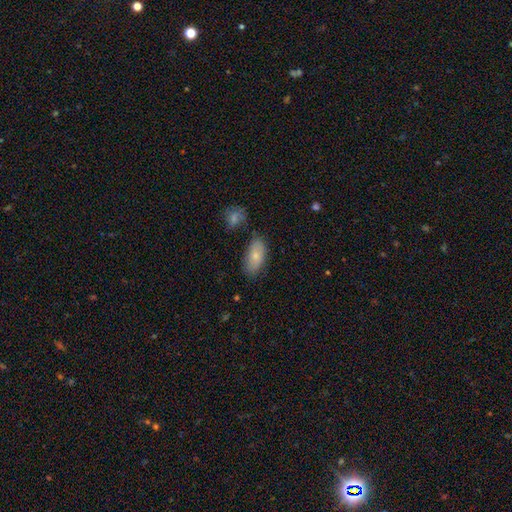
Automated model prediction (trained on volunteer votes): smooth_or_featured: smooth (p=0.75) [alt: featured or disk p=0.18]
how_rounded: in between (p=0.90) [alt: cigar-shaped p=0.06]
merging: none (p=0.73) [alt: minor disturbance p=0.17]